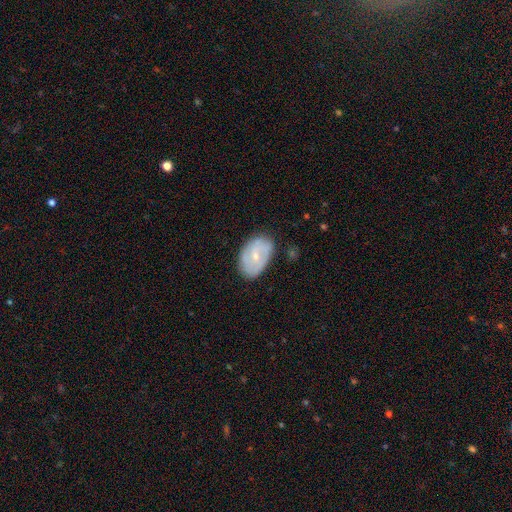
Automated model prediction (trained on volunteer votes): Smooth or featured?
  - featured or disk: 49% *
  - smooth: 45%
  - star or artifact: 6%
Merging?
  - none: 70% *
  - minor disturbance: 23%
  - major disturbance: 5%
  - merger: 2%